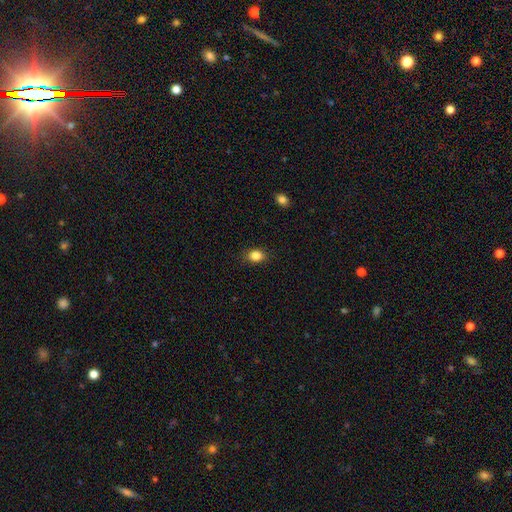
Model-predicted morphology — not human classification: type=smooth (85%); roundness=in between (61%); merging=none (86%).